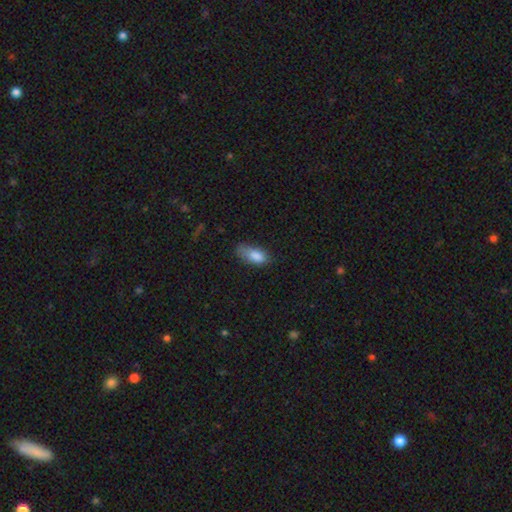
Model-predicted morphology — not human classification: This appears to be a smooth galaxy with no disk features (82%) that is in between round and cigar-shaped (87%). Merging: none (44%).